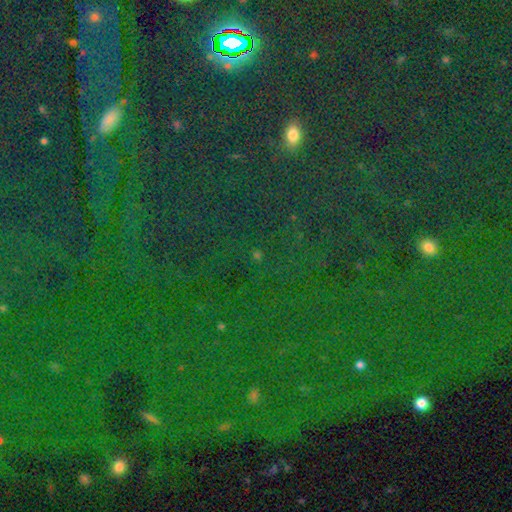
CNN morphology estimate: A star or artifact, not a galaxy (79%).

Vote fractions:
- Smooth or featured? star or artifact: 79% / smooth: 13% / featured or disk: 8%